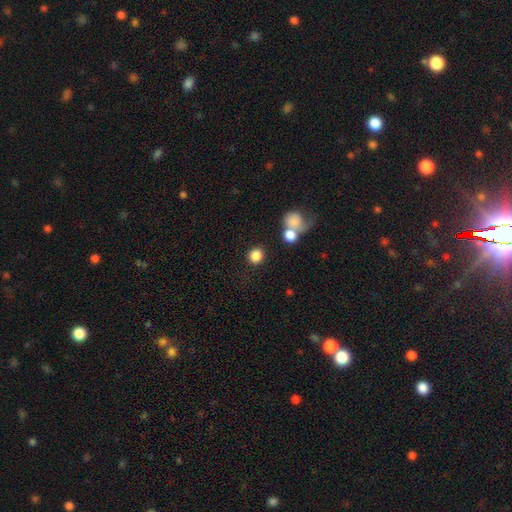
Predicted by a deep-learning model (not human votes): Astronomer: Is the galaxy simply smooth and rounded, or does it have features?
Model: smooth — 86%.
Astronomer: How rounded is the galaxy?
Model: round — 89%.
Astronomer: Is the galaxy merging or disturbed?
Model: none — 79%.